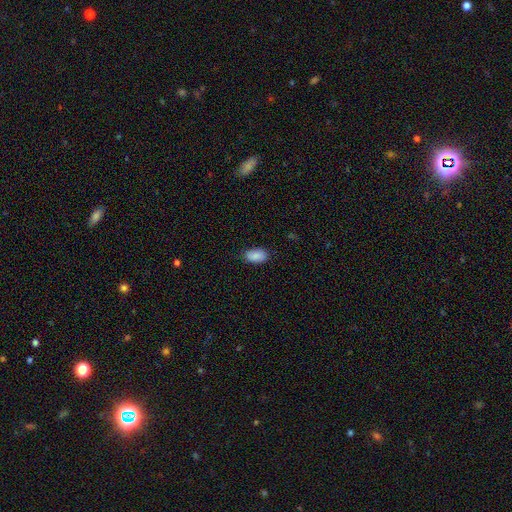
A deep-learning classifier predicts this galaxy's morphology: Smooth or featured?
  - smooth: 89% *
  - star or artifact: 7%
  - featured or disk: 4%
How rounded?
  - in between: 94% *
  - round: 4%
  - cigar-shaped: 2%
Merging?
  - none: 86% *
  - minor disturbance: 11%
  - major disturbance: 2%
  - merger: 1%